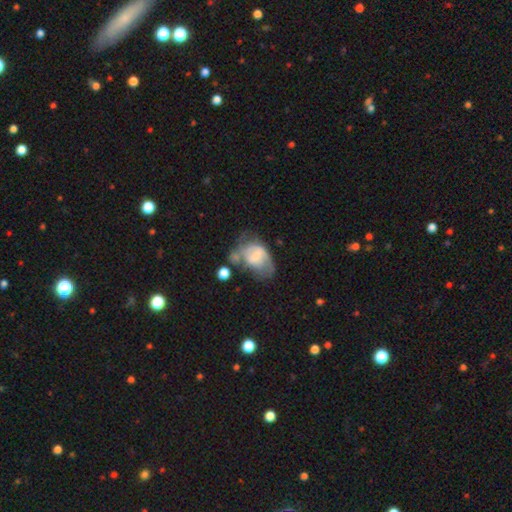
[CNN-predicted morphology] featured or disk 53%, smooth 39%, star or artifact 8%. Down the decision tree: edge-on disk — no (96%); bar — weak (45%); spiral arms — yes (60%); bulge size — small (44%); merging — major disturbance (31%).